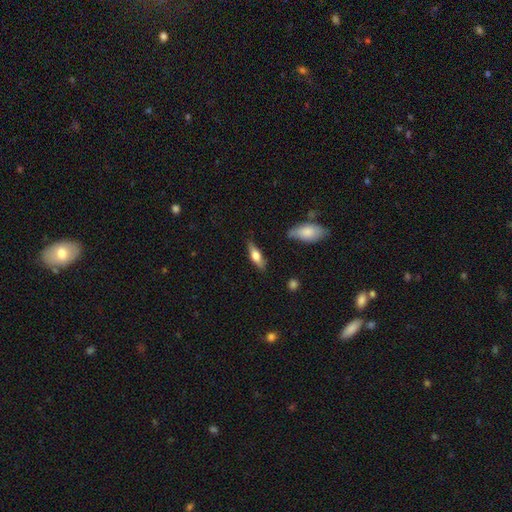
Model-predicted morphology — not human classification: Smooth or featured? Predicted: smooth (p=0.51). How rounded? Predicted: cigar-shaped (p=0.50). Merging? Predicted: none (p=0.80).